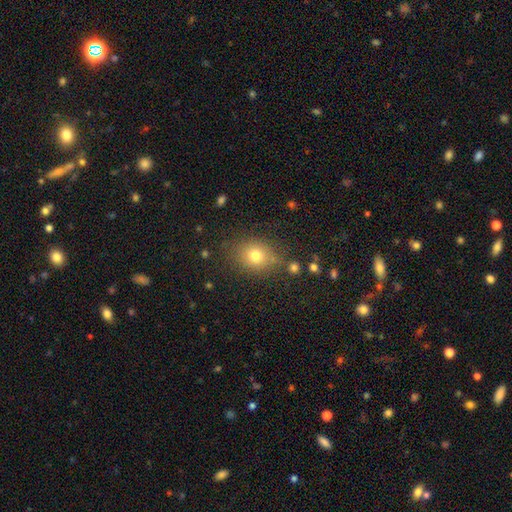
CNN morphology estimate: Smooth or featured? smooth (75%)
How rounded? round (55%)
Merging? none (77%)